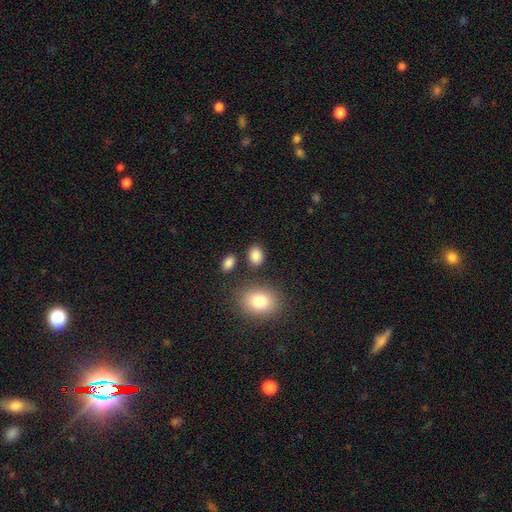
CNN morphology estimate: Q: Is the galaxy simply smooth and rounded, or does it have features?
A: smooth — 86%.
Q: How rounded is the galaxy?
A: in between — 62%.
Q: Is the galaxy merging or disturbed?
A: none — 80%.